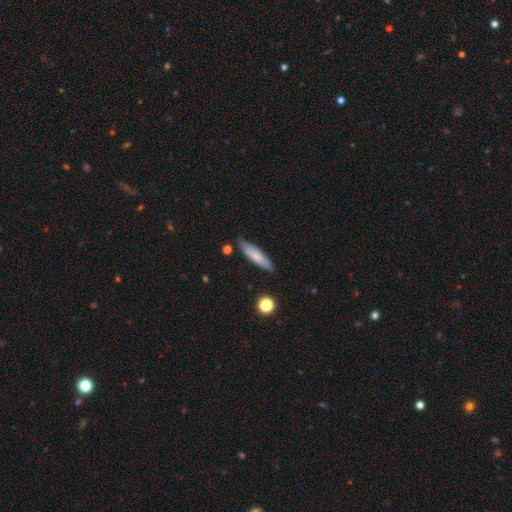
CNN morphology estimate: smooth-or-featured: smooth: 76% | featured or disk: 18% | star or artifact: 6%
  how-rounded: cigar-shaped: 74% | in between: 24% | round: 2%
  merging: none: 85% | minor disturbance: 11% | merger: 2% | major disturbance: 2%